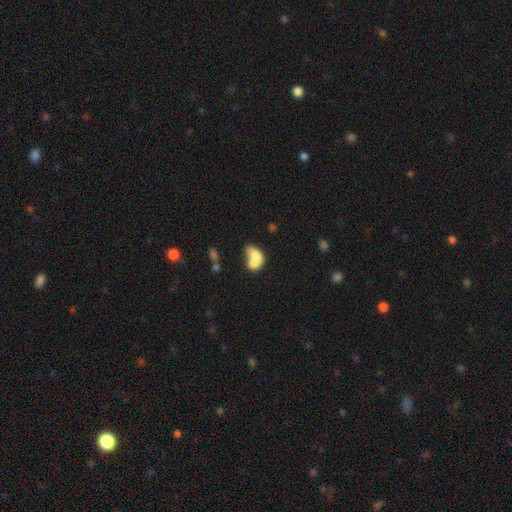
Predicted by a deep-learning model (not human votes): Q: Smooth or featured?
A: smooth (68%); runner-up: featured or disk (24%)
Q: How rounded?
A: in between (77%); runner-up: round (21%)
Q: Merging?
A: merger (67%); runner-up: none (15%)